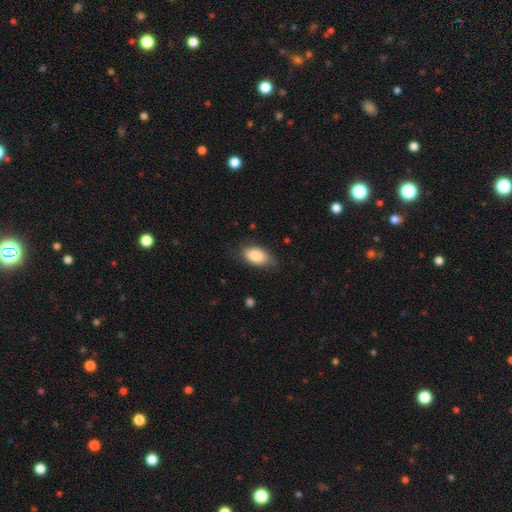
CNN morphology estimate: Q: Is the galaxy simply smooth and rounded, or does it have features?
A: smooth — 85%.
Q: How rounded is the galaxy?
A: in between — 91%.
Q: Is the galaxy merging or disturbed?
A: none — 67%.